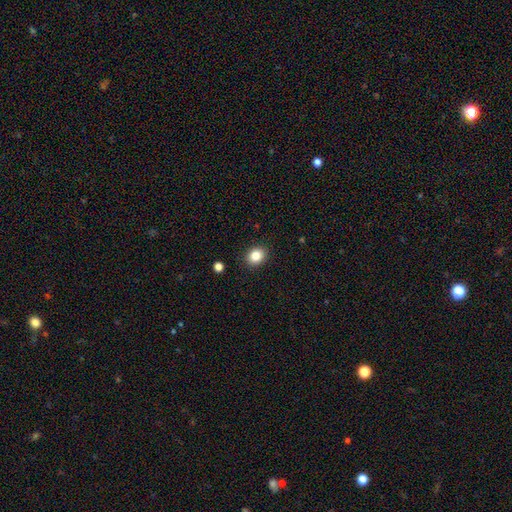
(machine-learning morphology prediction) A smooth galaxy with no disk features (84%) that is round (61%).

Vote fractions:
- Smooth or featured? smooth: 84% / star or artifact: 10% / featured or disk: 6%
- How rounded? round: 61% / in between: 38% / cigar-shaped: 1%
- Merging? none: 91% / minor disturbance: 6% / major disturbance: 2% / merger: 1%